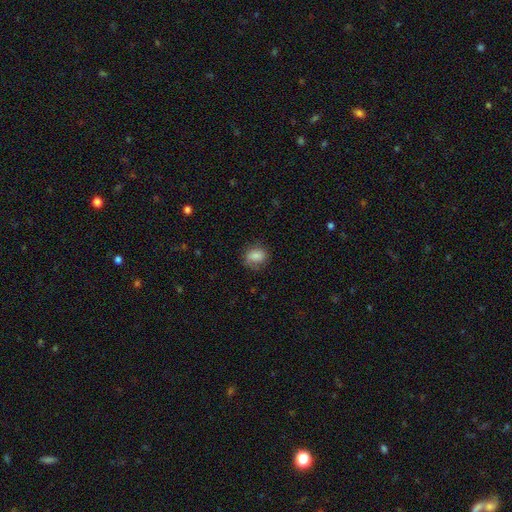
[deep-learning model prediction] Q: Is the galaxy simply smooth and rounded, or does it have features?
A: smooth — 82%.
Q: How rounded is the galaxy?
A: in between — 50%.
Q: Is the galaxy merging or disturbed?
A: none — 70%.